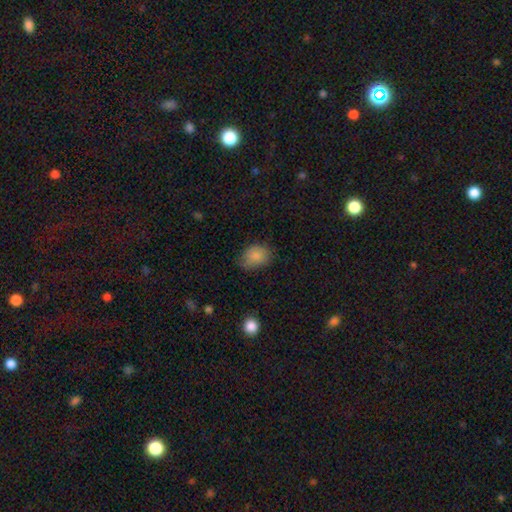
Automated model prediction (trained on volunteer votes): smooth 85%, star or artifact 8%, featured or disk 7%. Down the decision tree: how rounded — in between (66%); merging — none (63%).